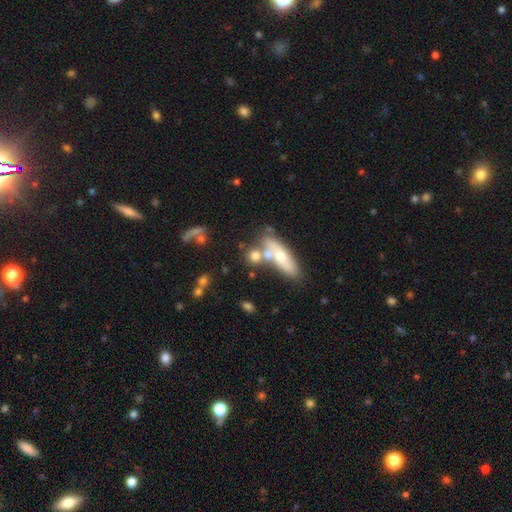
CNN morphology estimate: Overall: smooth (67%). How rounded: round (49%; in between 31%). Merging: none (45%; merger 37%).